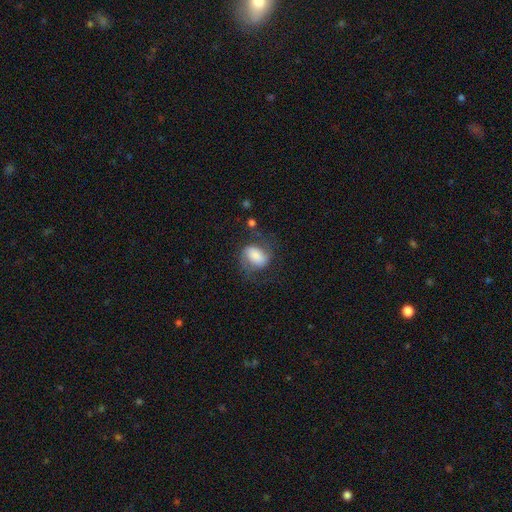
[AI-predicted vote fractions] A smooth galaxy with no disk features (52%) that is in between round and cigar-shaped (71%). Merging: none (53%).